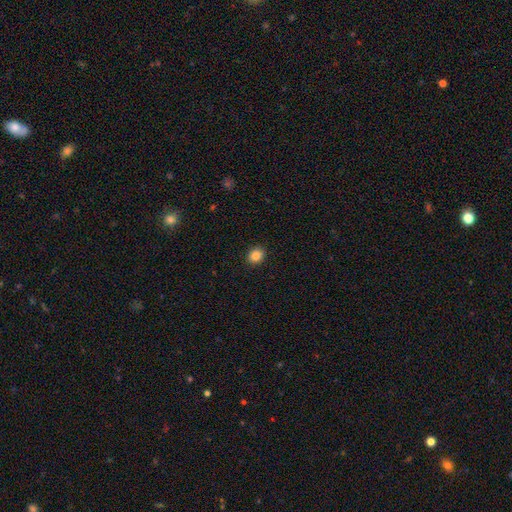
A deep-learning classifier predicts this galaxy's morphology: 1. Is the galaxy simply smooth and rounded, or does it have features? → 86% smooth, 10% star or artifact, 4% featured or disk.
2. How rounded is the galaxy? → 57% round, 42% in between, 1% cigar-shaped.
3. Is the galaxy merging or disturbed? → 91% none, 6% minor disturbance, 2% major disturbance, 1% merger.